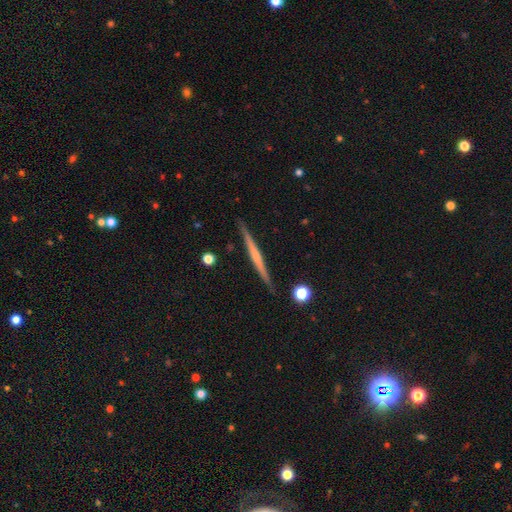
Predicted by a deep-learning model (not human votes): Overall: featured or disk (61%; smooth 33%). Edge-on disk: yes (98%). Edge-on bulge: none (71%). Merging: none (90%).